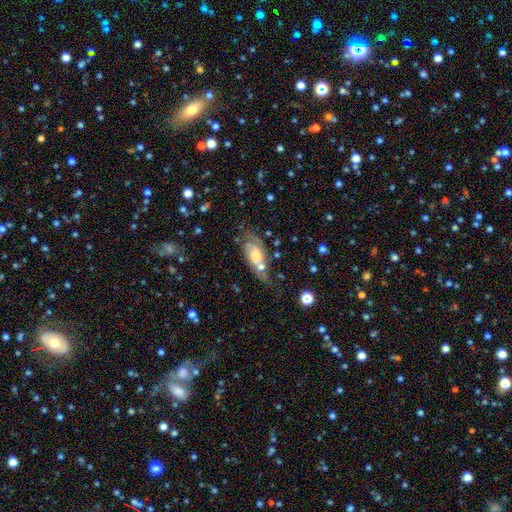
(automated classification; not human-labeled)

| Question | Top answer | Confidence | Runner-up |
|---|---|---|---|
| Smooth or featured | featured or disk | 53% | smooth (38%) |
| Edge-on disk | no | 85% | yes (15%) |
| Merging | none | 40% | minor disturbance (25%) |